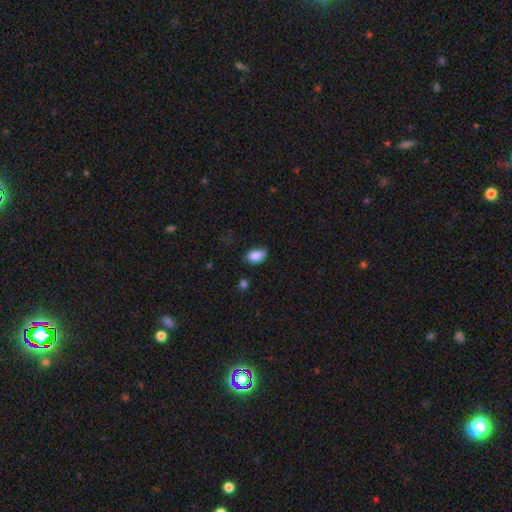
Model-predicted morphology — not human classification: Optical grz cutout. It shows a smooth galaxy with no disk features (87%) that is in between round and cigar-shaped (91%). Merging: none (63%).